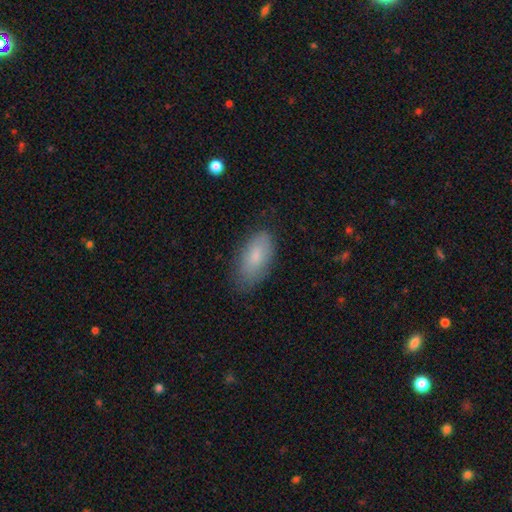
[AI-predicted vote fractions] Overall: smooth (79%). How rounded: in between (91%). Merging: none (74%).